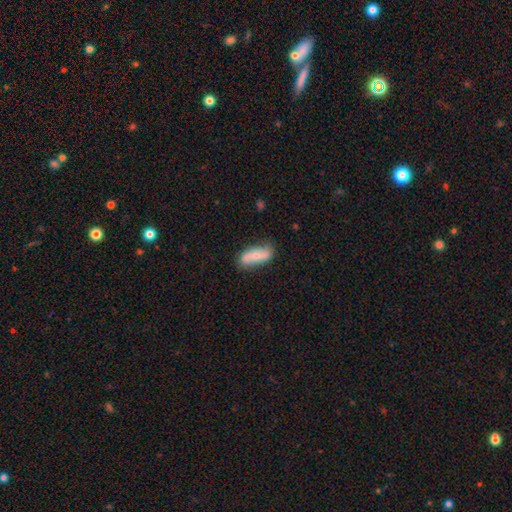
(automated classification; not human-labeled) This is possibly a smooth galaxy (56%). How rounded: likely in between (69%). Merging: likely none (75%).